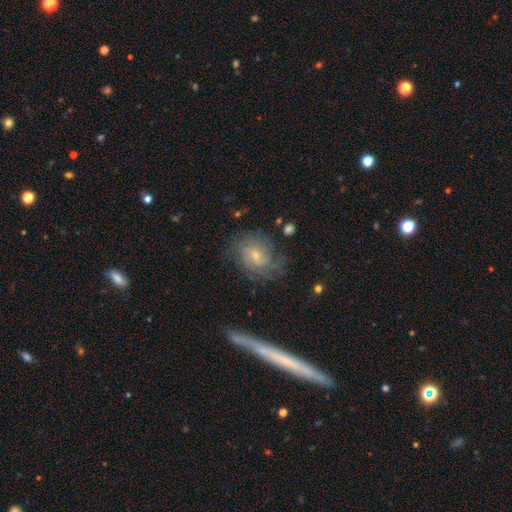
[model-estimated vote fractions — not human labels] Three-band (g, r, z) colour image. It shows a featured or disk galaxy (75%) with no bar (50%), tight (53%) spiral arms (91%) and a small central bulge (69%). Merging: none (69%).